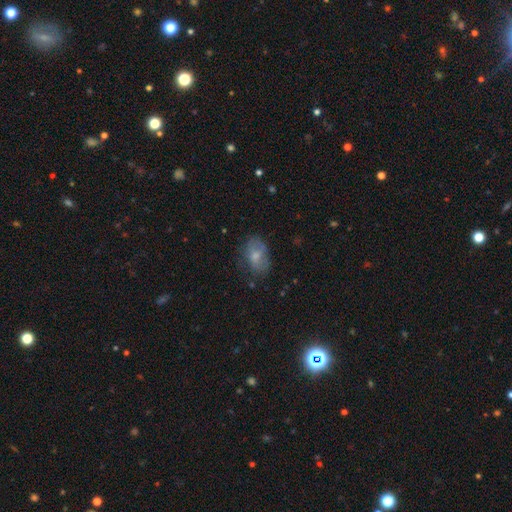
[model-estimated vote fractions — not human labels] Q: Smooth or featured?
A: smooth (64%); runner-up: featured or disk (27%)
Q: How rounded?
A: in between (85%); runner-up: round (13%)
Q: Merging?
A: none (60%); runner-up: minor disturbance (26%)